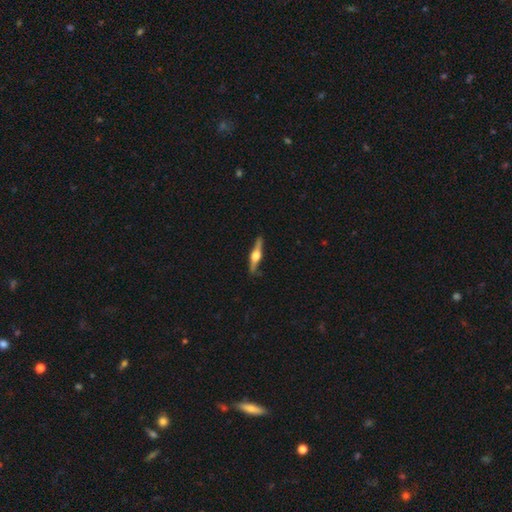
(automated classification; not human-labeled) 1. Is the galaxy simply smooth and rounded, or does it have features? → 75% featured or disk, 20% smooth, 5% star or artifact.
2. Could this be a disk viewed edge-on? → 97% yes, 3% no.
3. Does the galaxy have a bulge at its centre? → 94% rounded, 4% boxy, 2% none.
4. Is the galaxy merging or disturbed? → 88% none, 9% minor disturbance, 2% major disturbance, 1% merger.